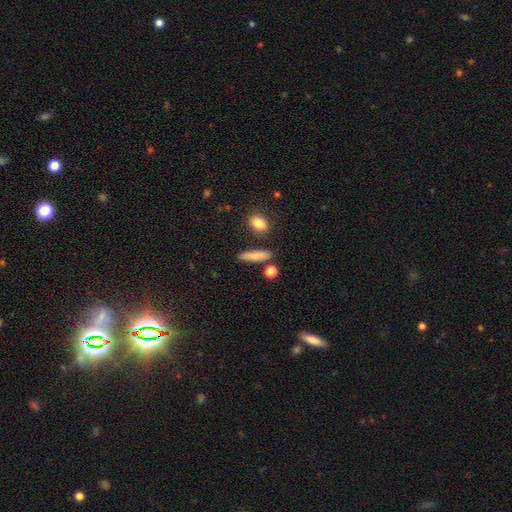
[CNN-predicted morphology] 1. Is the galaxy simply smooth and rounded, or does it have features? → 81% smooth, 11% featured or disk, 8% star or artifact.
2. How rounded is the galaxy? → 71% cigar-shaped, 22% in between, 7% round.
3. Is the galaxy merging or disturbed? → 82% none, 10% minor disturbance, 5% merger, 3% major disturbance.